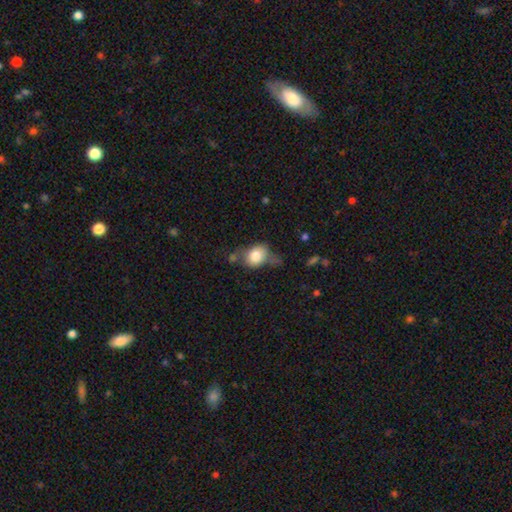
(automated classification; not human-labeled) A smooth galaxy with no disk features (77%) that is in between round and cigar-shaped (59%). Merging: none (44%).